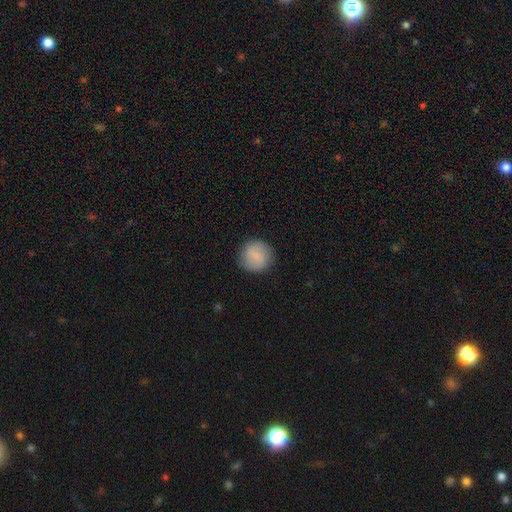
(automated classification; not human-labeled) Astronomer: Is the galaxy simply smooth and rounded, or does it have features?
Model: smooth — 76%.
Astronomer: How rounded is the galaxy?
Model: round — 92%.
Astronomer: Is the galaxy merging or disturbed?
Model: none — 87%.